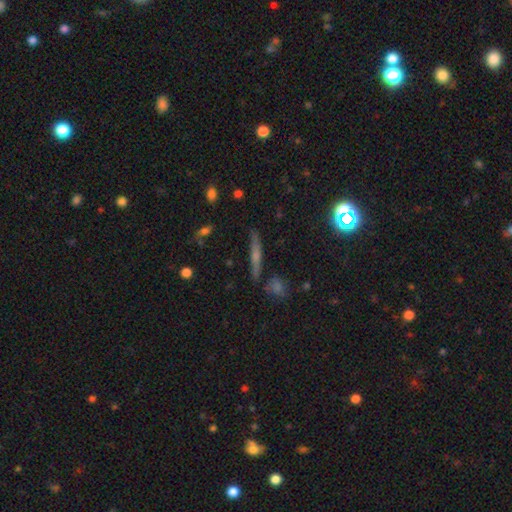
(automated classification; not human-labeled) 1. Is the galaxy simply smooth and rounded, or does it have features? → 51% featured or disk, 31% smooth, 18% star or artifact.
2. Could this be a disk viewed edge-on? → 93% yes, 7% no.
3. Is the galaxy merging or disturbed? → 83% none, 10% minor disturbance, 4% merger, 3% major disturbance.